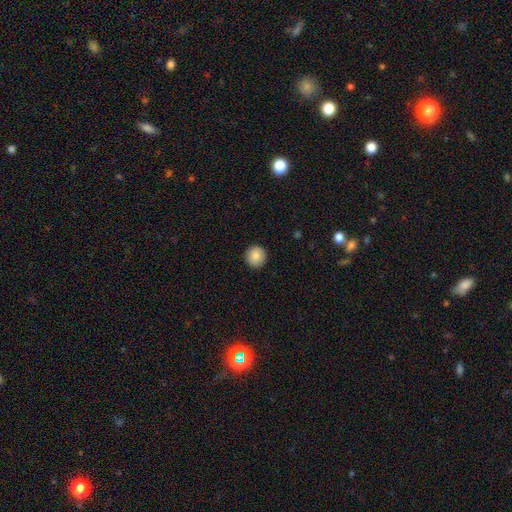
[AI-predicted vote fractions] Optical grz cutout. It shows a smooth galaxy with no disk features (88%) that is round (94%). Merging: none (93%).